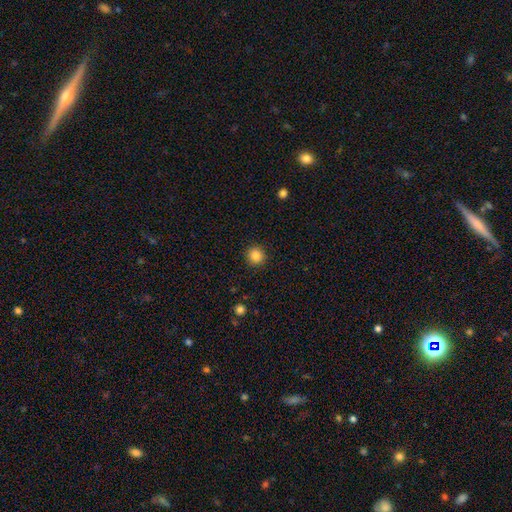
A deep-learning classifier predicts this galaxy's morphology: This is clearly a smooth galaxy (85%). How rounded: clearly round (94%). Merging: clearly none (92%).